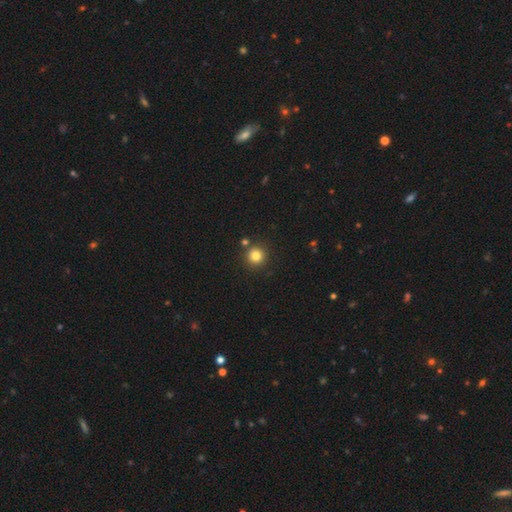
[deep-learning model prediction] Smooth or featured? Predicted: smooth (p=0.82). How rounded? Predicted: round (p=0.94). Merging? Predicted: none (p=0.84).